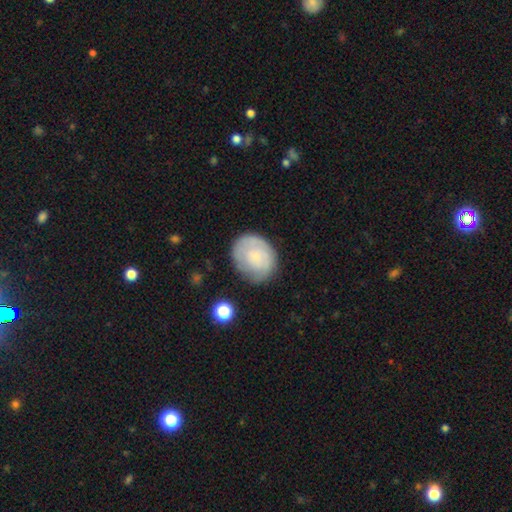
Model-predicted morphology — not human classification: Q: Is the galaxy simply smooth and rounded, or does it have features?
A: smooth — 52%.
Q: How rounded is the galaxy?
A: round — 57%.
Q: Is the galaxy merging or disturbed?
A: none — 69%.